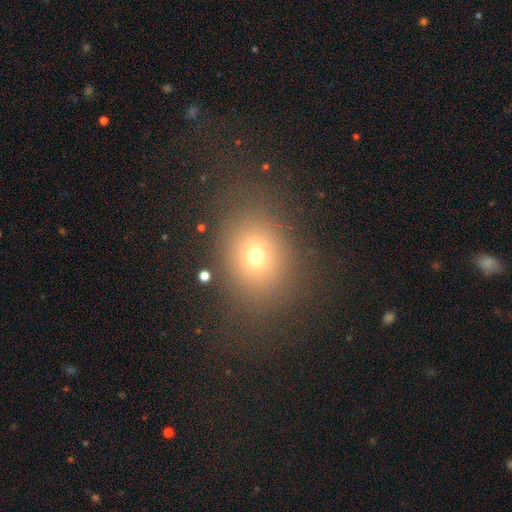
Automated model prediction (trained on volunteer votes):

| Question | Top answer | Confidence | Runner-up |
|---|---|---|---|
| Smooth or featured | smooth | 69% | star or artifact (19%) |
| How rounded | round | 53% | in between (45%) |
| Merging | none | 78% | minor disturbance (12%) |